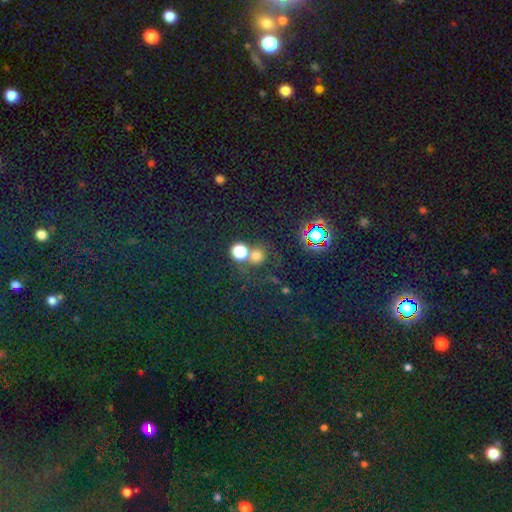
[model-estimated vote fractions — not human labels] smooth_or_featured: smooth (p=0.71) [alt: star or artifact p=0.21]
how_rounded: round (p=0.86) [alt: in between p=0.13]
merging: none (p=0.48) [alt: merger p=0.42]